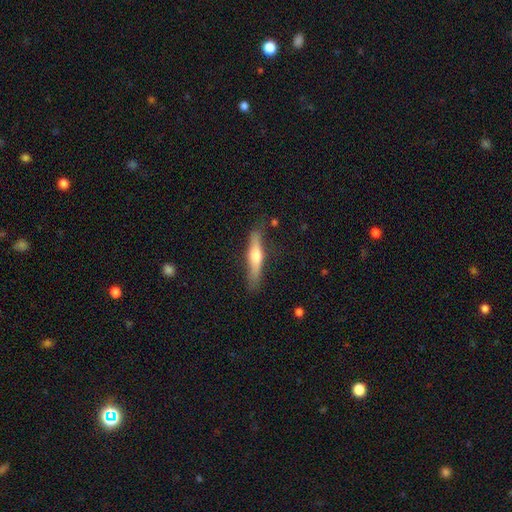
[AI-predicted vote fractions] Overall: featured or disk (54%; smooth 40%). Edge-on disk: yes (94%). Edge-on bulge: rounded (83%). Merging: none (82%).